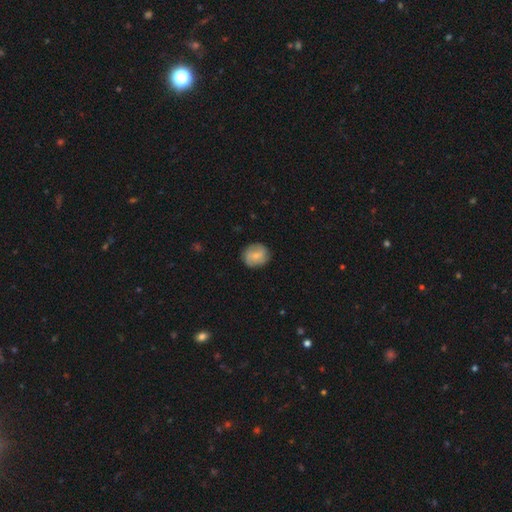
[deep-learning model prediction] The model was most divided on "smooth or featured": smooth: 66%, featured or disk: 27%, star or artifact: 7%. More confident: merging — none (84%); how rounded — round (82%).